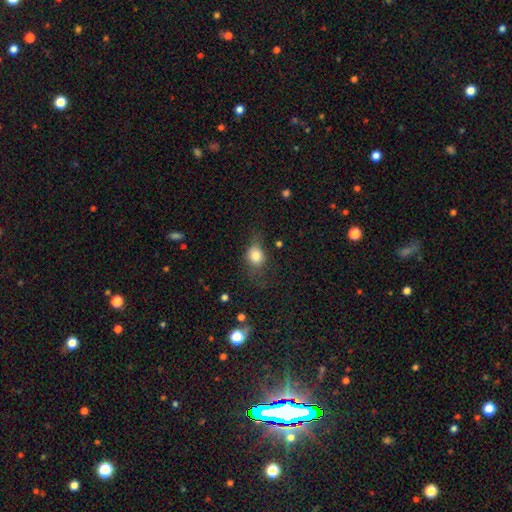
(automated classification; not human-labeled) Morphology: type=smooth (79%); roundness=round (50%); merging=none (51%).